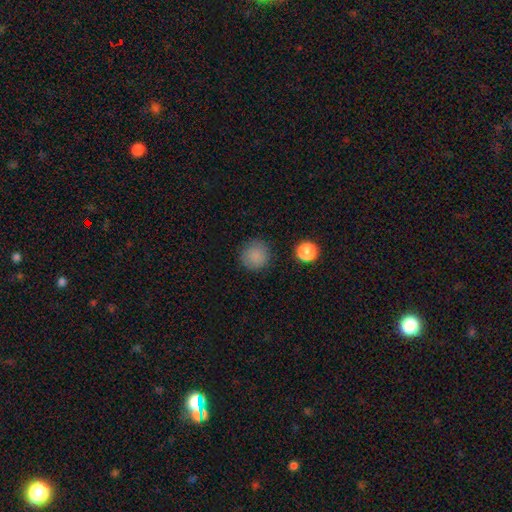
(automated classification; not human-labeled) A smooth galaxy with no disk features (85%) that is round (93%).

Vote fractions:
- Smooth or featured? smooth: 85% / star or artifact: 10% / featured or disk: 5%
- How rounded? round: 93% / in between: 6% / cigar-shaped: 1%
- Merging? none: 86% / minor disturbance: 9% / major disturbance: 3% / merger: 2%